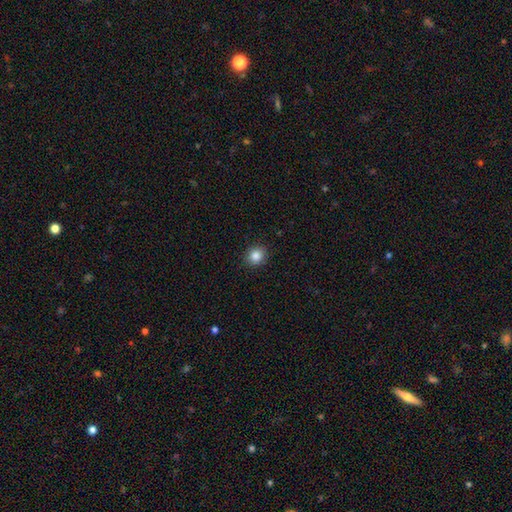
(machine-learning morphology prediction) This appears to be a smooth galaxy with no disk features (85%) that is round (82%). Merging: none (91%).